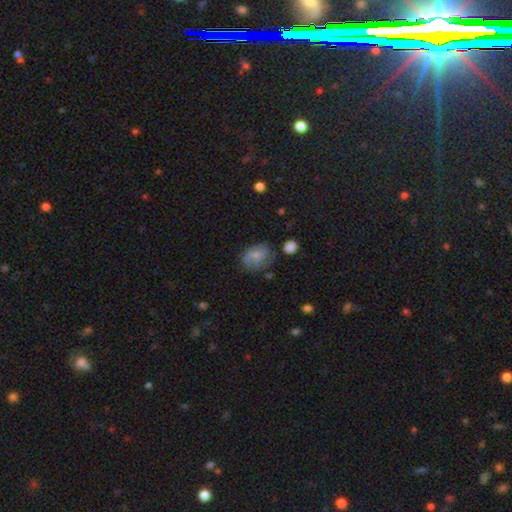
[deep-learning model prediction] Smooth or featured? smooth (48%)
Merging? none (55%)